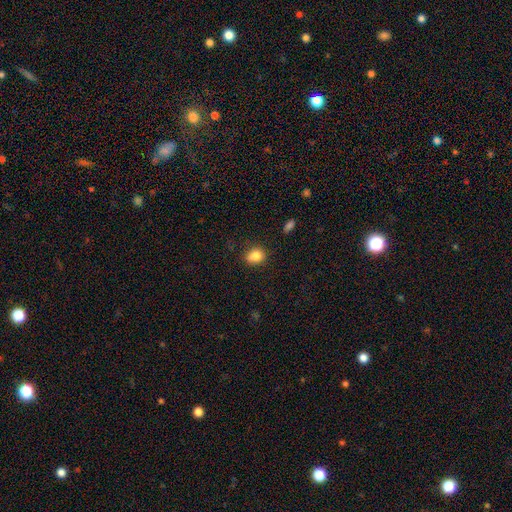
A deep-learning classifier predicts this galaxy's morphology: Smooth or featured? Predicted: smooth (p=0.84). How rounded? Predicted: in between (p=0.51). Merging? Predicted: none (p=0.73).